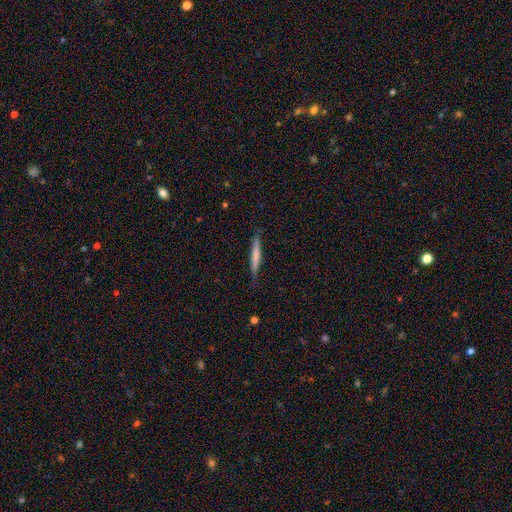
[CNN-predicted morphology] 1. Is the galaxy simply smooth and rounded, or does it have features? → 61% smooth, 34% featured or disk, 6% star or artifact.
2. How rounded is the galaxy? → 95% cigar-shaped, 4% in between, 1% round.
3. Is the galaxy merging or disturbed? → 84% none, 13% minor disturbance, 2% major disturbance, 1% merger.